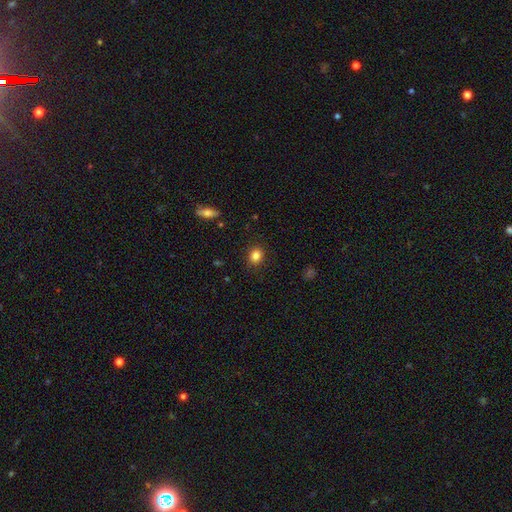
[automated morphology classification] A smooth galaxy with no disk features (84%) that is round (67%). Merging: none (89%).